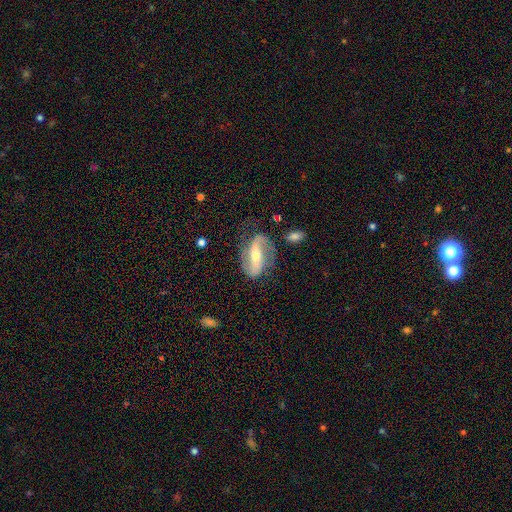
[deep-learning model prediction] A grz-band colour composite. It shows a featured or disk galaxy (85%) with a strong bar (53%), 2 (90%) loose (48%) spiral arms (93%) and a moderate central bulge (54%). Merging: none (74%).